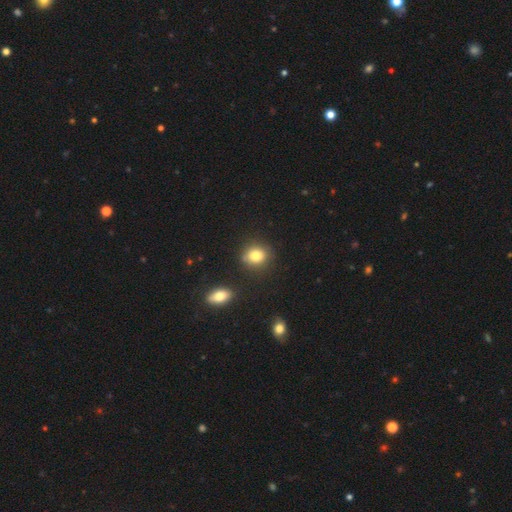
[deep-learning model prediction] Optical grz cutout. It shows a smooth galaxy with no disk features (82%) that is round (69%). Merging: none (80%).